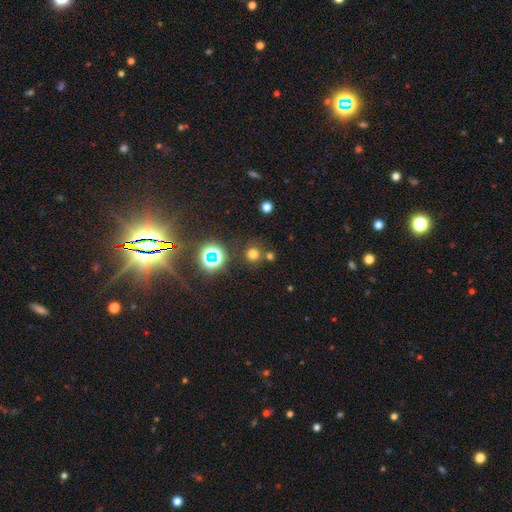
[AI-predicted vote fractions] A star or artifact, not a galaxy (63%).